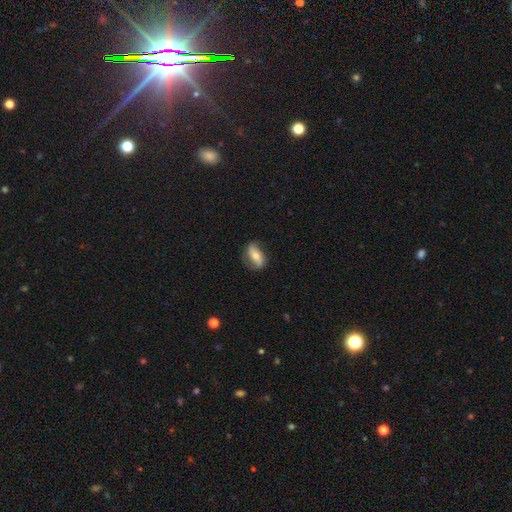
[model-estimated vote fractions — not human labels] Smooth or featured?
  - featured or disk: 52% *
  - smooth: 40%
  - star or artifact: 7%
Edge-on disk?
  - no: 89% *
  - yes: 11%
Merging?
  - none: 72% *
  - minor disturbance: 20%
  - major disturbance: 7%
  - merger: 1%